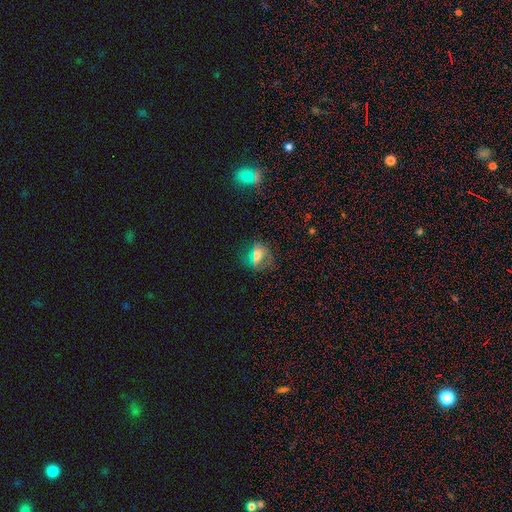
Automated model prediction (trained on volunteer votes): A smooth galaxy with no disk features (56%) that is in between round and cigar-shaped (50%). Merging: none (70%).